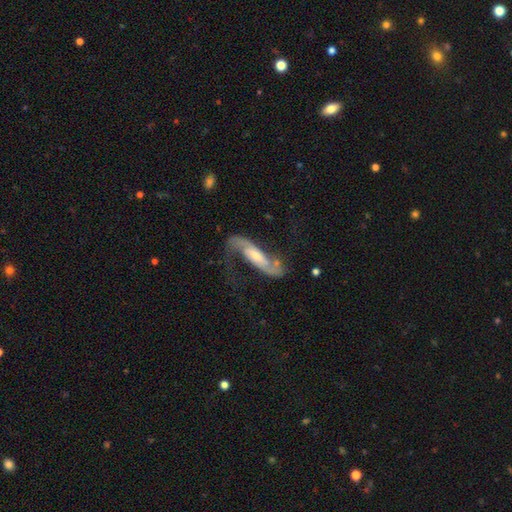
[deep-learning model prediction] This appears to be a featured or disk galaxy (81%) with a weak bar (39%), 2 (88%) loose (63%) spiral arms (95%) and a moderate central bulge (41%). Merging: none (52%).